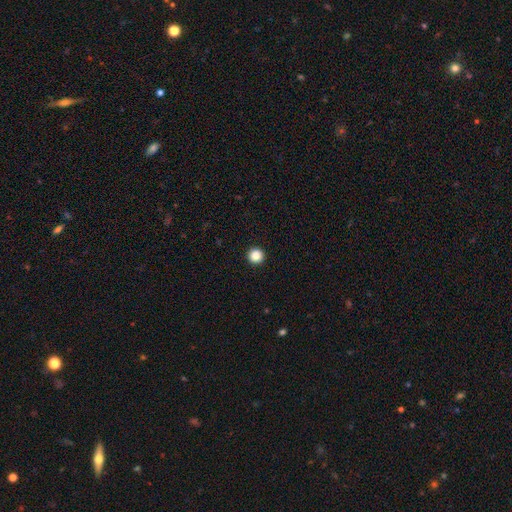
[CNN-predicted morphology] smooth_or_featured: smooth (p=0.87) [alt: star or artifact p=0.10]
how_rounded: round (p=0.97) [alt: in between p=0.02]
merging: none (p=0.94) [alt: minor disturbance p=0.03]